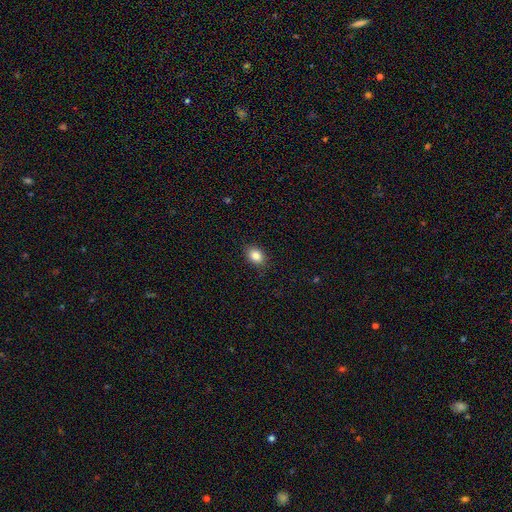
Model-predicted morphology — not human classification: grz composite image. It shows a smooth galaxy with no disk features (85%) that is in between round and cigar-shaped (72%). Merging: none (86%).